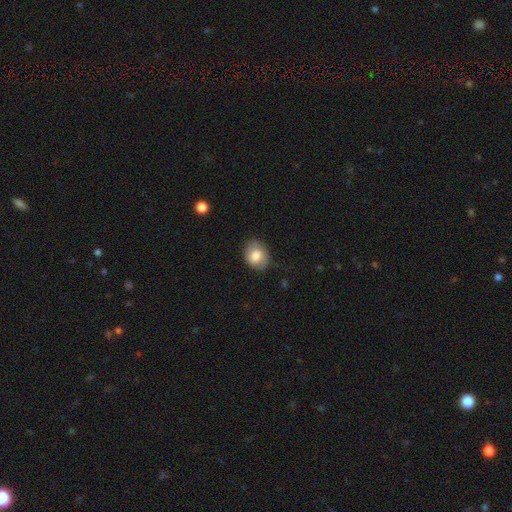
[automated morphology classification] This appears to be a smooth galaxy with no disk features (78%) that is in between round and cigar-shaped (58%). Merging: none (77%).